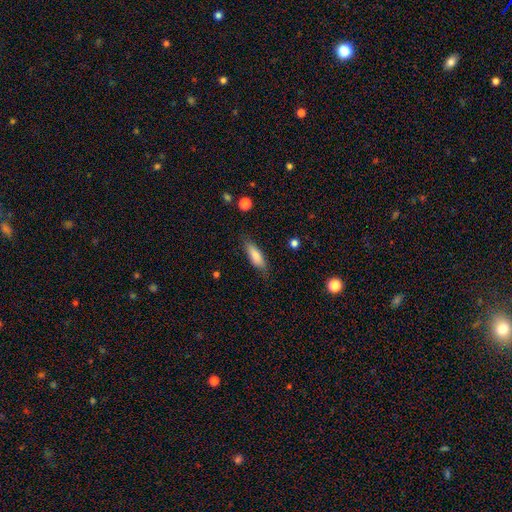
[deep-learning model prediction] Morphology: type=smooth (82%); roundness=in between (53%); merging=none (79%).